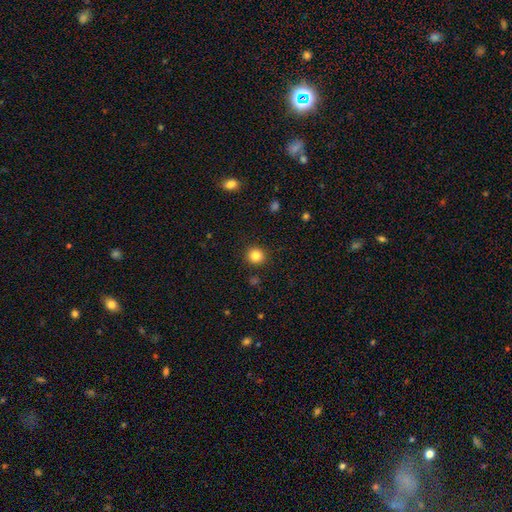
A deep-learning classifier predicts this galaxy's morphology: A smooth galaxy with no disk features (84%) that is round (92%). Merging: none (91%).